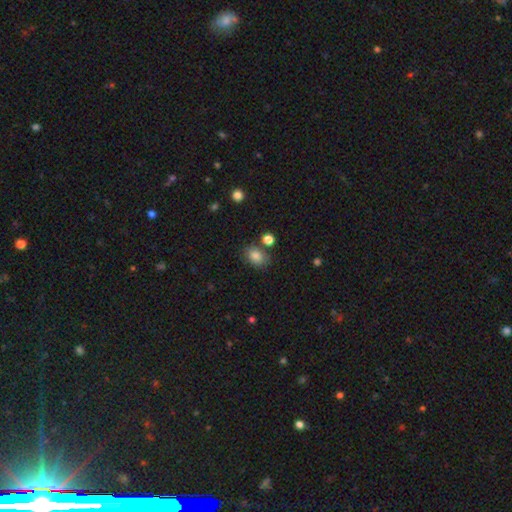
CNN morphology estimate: Smooth or featured?
  - smooth: 84% *
  - star or artifact: 10%
  - featured or disk: 6%
How rounded?
  - in between: 64% *
  - round: 35%
  - cigar-shaped: 1%
Merging?
  - none: 74% *
  - minor disturbance: 14%
  - merger: 8%
  - major disturbance: 4%